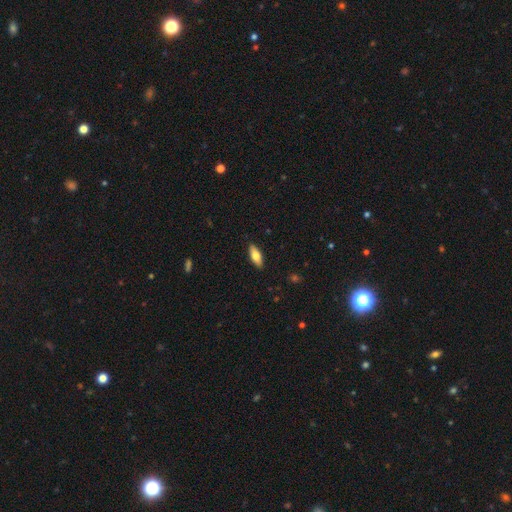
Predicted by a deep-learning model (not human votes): Smooth or featured: smooth — 68% (featured or disk — 26%)
How rounded: in between — 72% (cigar-shaped — 26%)
Merging: none — 89% (minor disturbance — 8%)